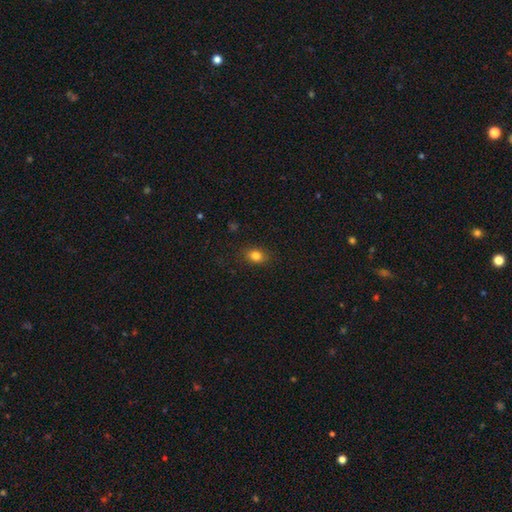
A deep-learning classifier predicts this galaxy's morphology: smooth-or-featured: smooth: 82% | star or artifact: 11% | featured or disk: 7%
  how-rounded: in between: 63% | round: 35% | cigar-shaped: 2%
  merging: none: 86% | minor disturbance: 10% | major disturbance: 3% | merger: 1%